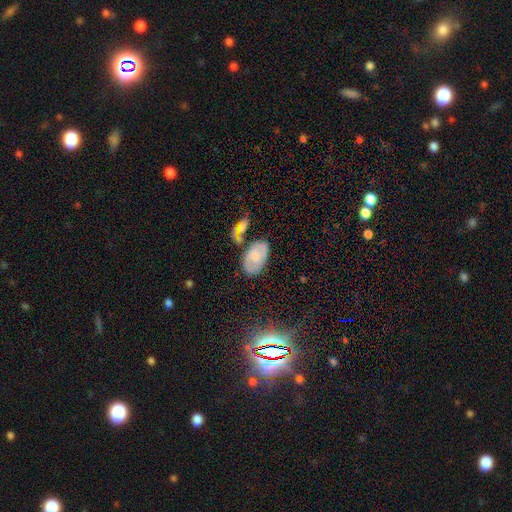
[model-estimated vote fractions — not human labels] Smooth or featured: smooth — 49% (featured or disk — 42%)
Merging: none — 59% (minor disturbance — 19%)